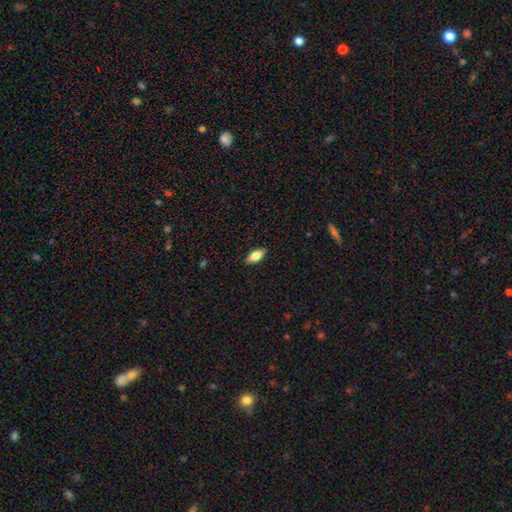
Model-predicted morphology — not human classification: Smooth or featured?
  - smooth: 73% *
  - featured or disk: 20%
  - star or artifact: 7%
How rounded?
  - in between: 84% *
  - cigar-shaped: 13%
  - round: 3%
Merging?
  - none: 89% *
  - minor disturbance: 9%
  - major disturbance: 2%
  - merger: 1%